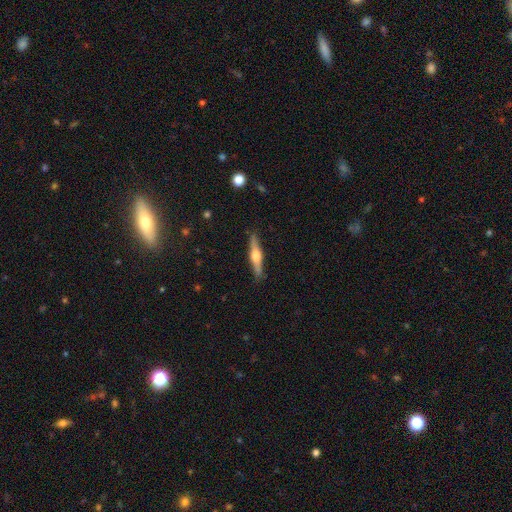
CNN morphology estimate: Overall: featured or disk (65%; smooth 30%). Edge-on disk: yes (97%). Edge-on bulge: rounded (91%). Merging: none (88%).